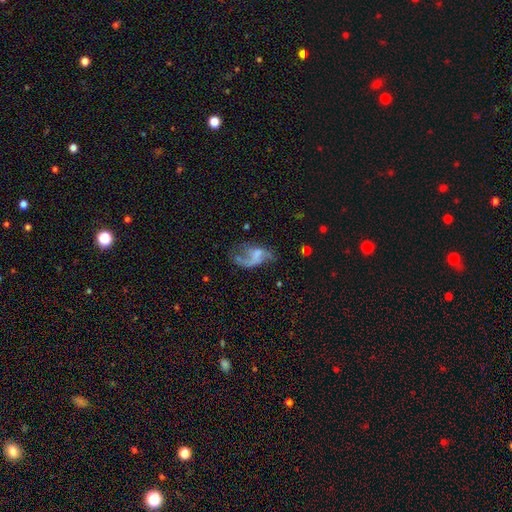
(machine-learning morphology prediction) smooth_or_featured: featured or disk (p=0.58) [alt: smooth p=0.30]
disk_edge_on: no (p=0.96) [alt: yes p=0.04]
bar: no (p=0.64) [alt: weak p=0.29]
has_spiral_arms: yes (p=0.56) [alt: no p=0.44]
bulge_size: none (p=0.55) [alt: small p=0.20]
merging: major disturbance (p=0.47) [alt: none p=0.27]